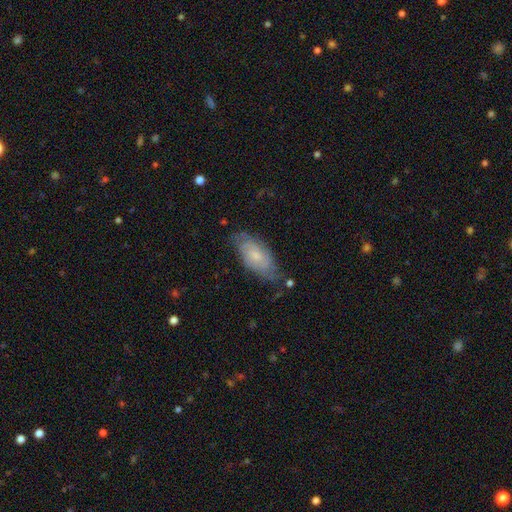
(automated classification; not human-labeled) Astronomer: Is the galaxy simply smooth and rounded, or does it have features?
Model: featured or disk — 56% (runner-up: smooth, 37%).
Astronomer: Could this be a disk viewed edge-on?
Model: no — 91%.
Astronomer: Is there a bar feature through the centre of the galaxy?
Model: no — 64%.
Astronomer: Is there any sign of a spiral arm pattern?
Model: yes — 84%.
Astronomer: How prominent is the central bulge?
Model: small — 54% (runner-up: moderate, 34%).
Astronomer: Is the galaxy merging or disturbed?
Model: none — 62%.